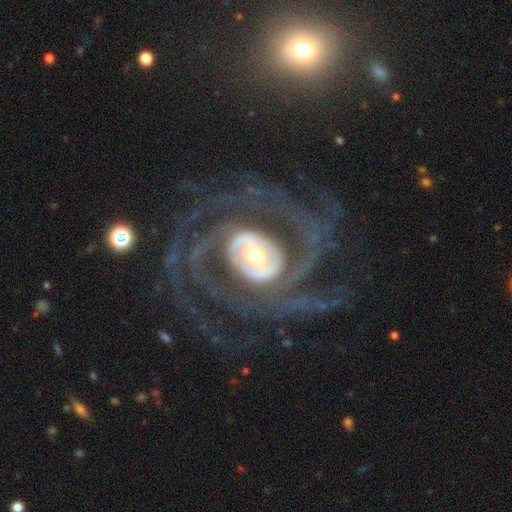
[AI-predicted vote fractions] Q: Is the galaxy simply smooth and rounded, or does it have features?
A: featured or disk — 90%.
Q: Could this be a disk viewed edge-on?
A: no — 97%.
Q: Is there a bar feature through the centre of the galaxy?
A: no — 38%.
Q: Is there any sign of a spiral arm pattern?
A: yes — 95%.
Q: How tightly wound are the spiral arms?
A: medium — 44%.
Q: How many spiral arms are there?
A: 2 — 63%.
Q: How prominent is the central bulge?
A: moderate — 49%.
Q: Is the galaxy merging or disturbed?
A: none — 70%.